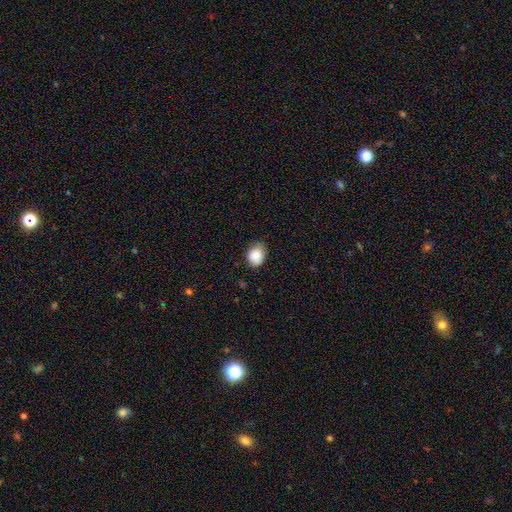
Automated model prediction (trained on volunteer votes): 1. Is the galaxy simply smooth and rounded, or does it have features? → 87% smooth, 8% star or artifact, 5% featured or disk.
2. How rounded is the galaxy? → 58% in between, 42% round, 1% cigar-shaped.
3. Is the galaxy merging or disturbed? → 66% none, 28% minor disturbance, 5% major disturbance, 1% merger.